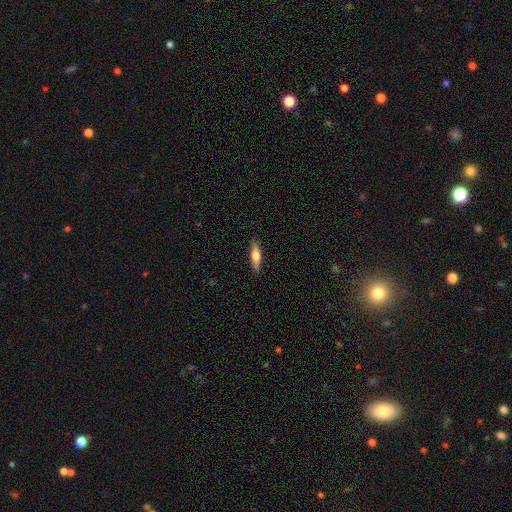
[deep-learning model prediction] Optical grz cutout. It shows a smooth galaxy with no disk features (58%) that is cigar-shaped (58%). Merging: none (88%).